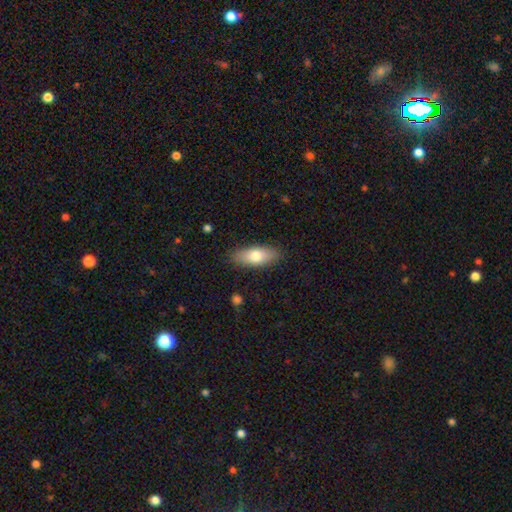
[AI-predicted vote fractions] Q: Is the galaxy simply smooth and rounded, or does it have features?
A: smooth — 76%.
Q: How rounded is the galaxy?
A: in between — 78%.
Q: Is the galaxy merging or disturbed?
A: none — 86%.